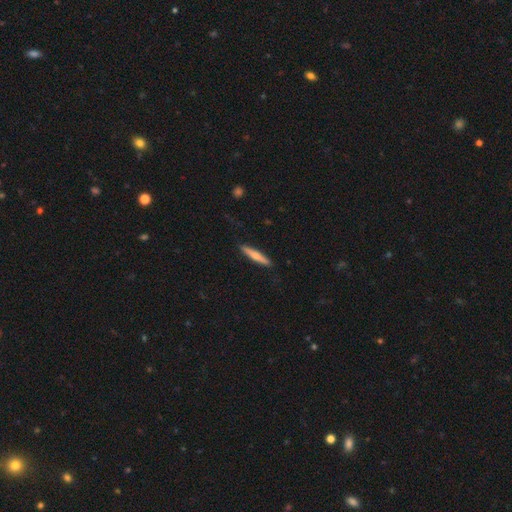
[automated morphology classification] Smooth or featured? smooth (57%)
How rounded? cigar-shaped (92%)
Merging? none (88%)